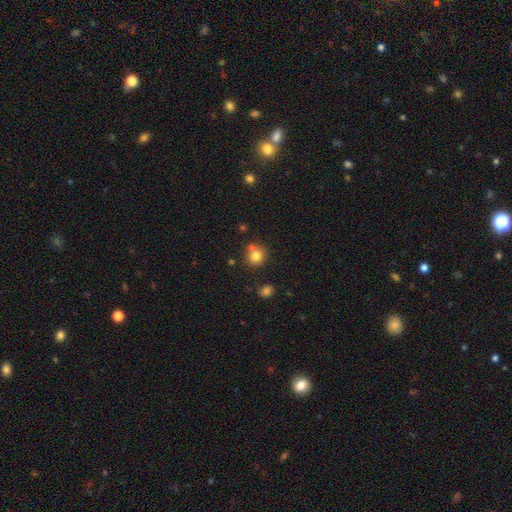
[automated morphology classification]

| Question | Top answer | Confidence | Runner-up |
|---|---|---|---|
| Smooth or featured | smooth | 80% | star or artifact (12%) |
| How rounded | round | 88% | in between (11%) |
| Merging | none | 68% | merger (16%) |